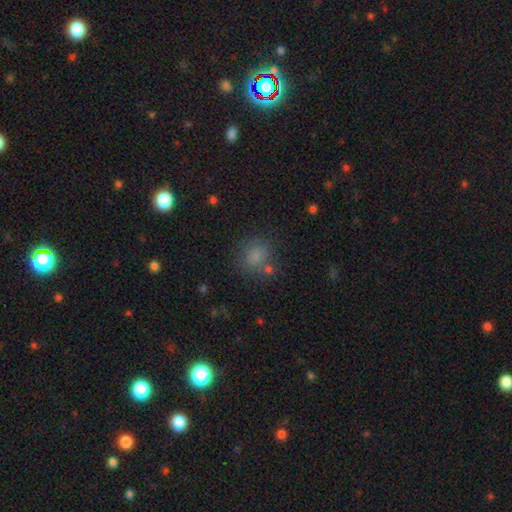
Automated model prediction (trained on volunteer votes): This appears to be a smooth galaxy with no disk features (77%) that is round (78%). Merging: none (74%).